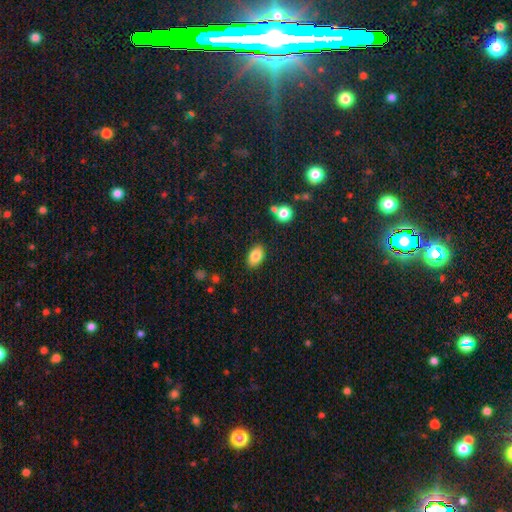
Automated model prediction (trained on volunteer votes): Q: Smooth or featured?
A: smooth (84%); runner-up: star or artifact (8%)
Q: How rounded?
A: in between (88%); runner-up: round (11%)
Q: Merging?
A: none (86%); runner-up: minor disturbance (10%)